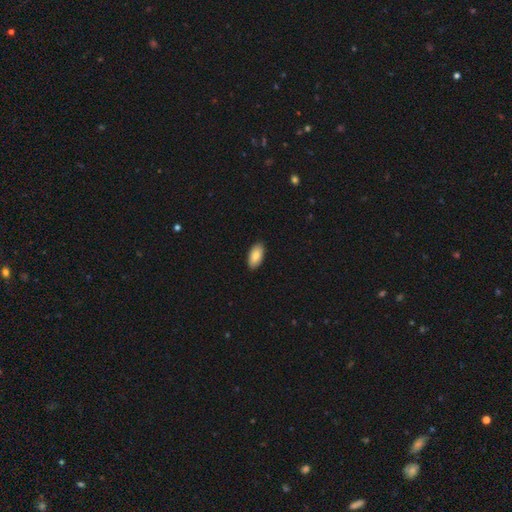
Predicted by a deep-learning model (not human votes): This is clearly a smooth galaxy (86%). How rounded: clearly in between (94%). Merging: clearly none (90%).